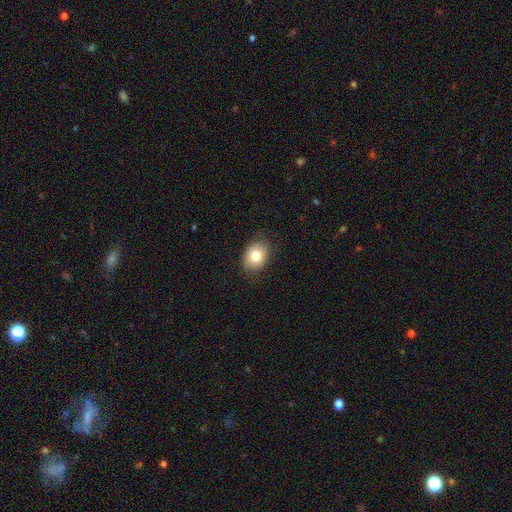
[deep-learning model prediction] Morphology: type=smooth (80%); roundness=in between (64%); merging=none (83%).